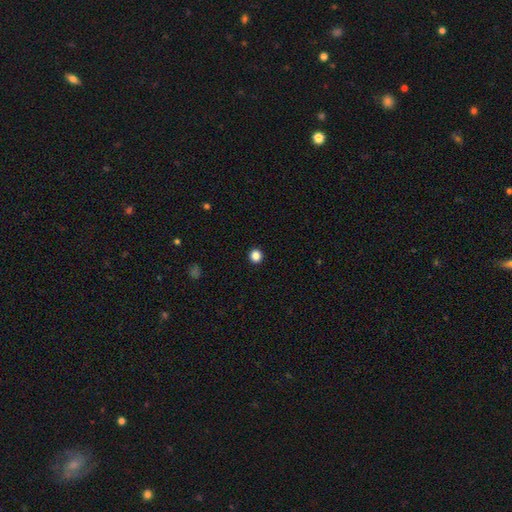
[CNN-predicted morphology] smooth_or_featured: smooth (p=0.86) [alt: star or artifact p=0.11]
how_rounded: round (p=0.93) [alt: in between p=0.06]
merging: none (p=0.94) [alt: minor disturbance p=0.04]